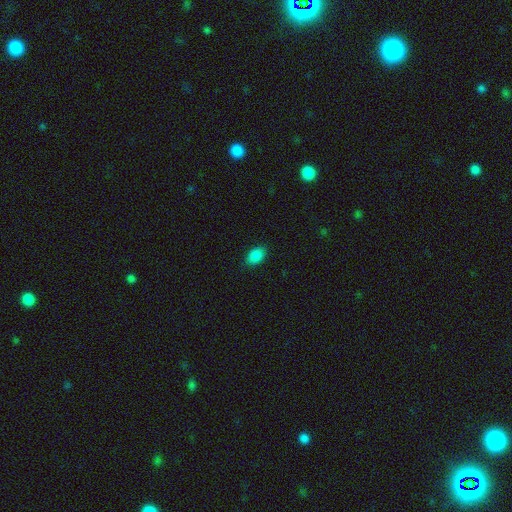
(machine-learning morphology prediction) Q: Smooth or featured?
A: smooth (87%); runner-up: star or artifact (9%)
Q: How rounded?
A: in between (87%); runner-up: round (12%)
Q: Merging?
A: none (87%); runner-up: minor disturbance (10%)